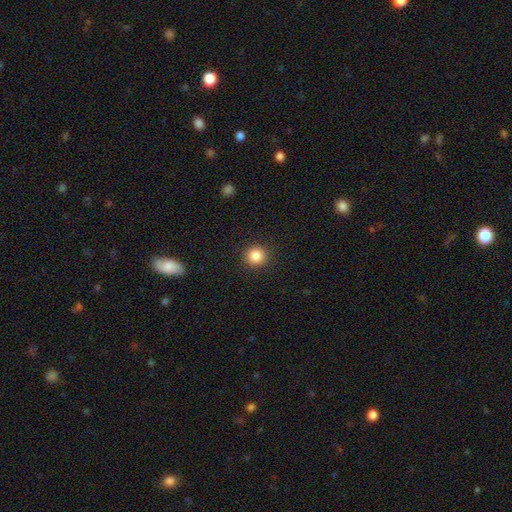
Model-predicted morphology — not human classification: Q: Smooth or featured?
A: smooth (85%); runner-up: star or artifact (10%)
Q: How rounded?
A: round (92%); runner-up: in between (7%)
Q: Merging?
A: none (91%); runner-up: minor disturbance (6%)